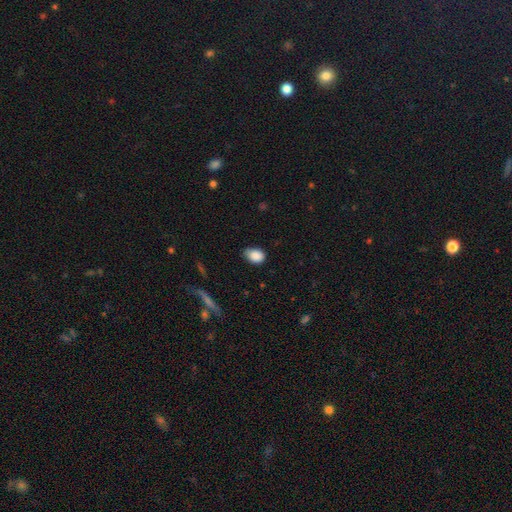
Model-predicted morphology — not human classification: A smooth galaxy with no disk features (87%) that is in between round and cigar-shaped (75%). Merging: none (64%).